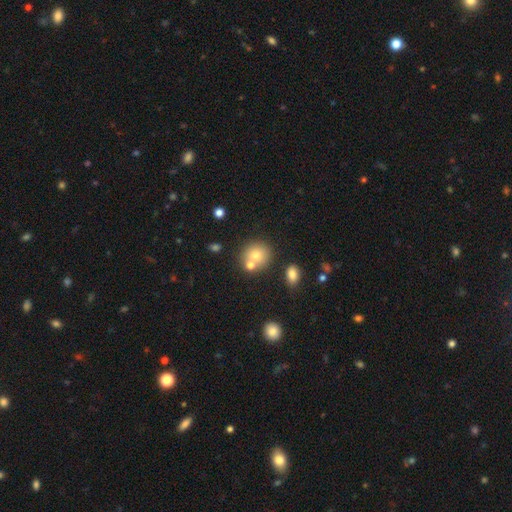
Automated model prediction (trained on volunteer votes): A smooth galaxy with no disk features (72%) that is round (86%).

Vote fractions:
- Smooth or featured? smooth: 72% / featured or disk: 16% / star or artifact: 12%
- How rounded? round: 86% / in between: 13% / cigar-shaped: 1%
- Merging? none: 58% / merger: 30% / minor disturbance: 9% / major disturbance: 3%